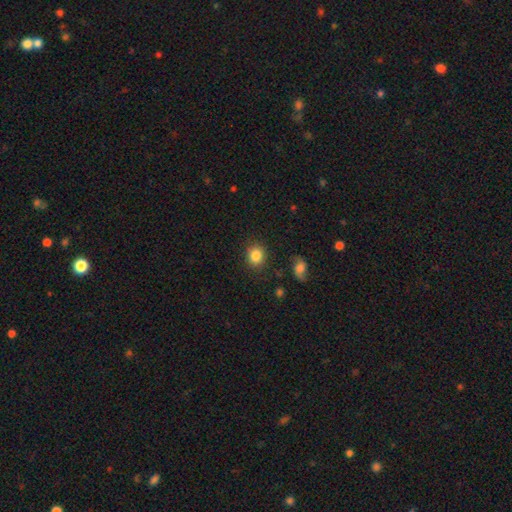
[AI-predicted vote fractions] A smooth galaxy with no disk features (84%) that is round (73%).

Vote fractions:
- Smooth or featured? smooth: 84% / star or artifact: 9% / featured or disk: 6%
- How rounded? round: 73% / in between: 27% / cigar-shaped: 1%
- Merging? none: 86% / minor disturbance: 9% / major disturbance: 3% / merger: 2%